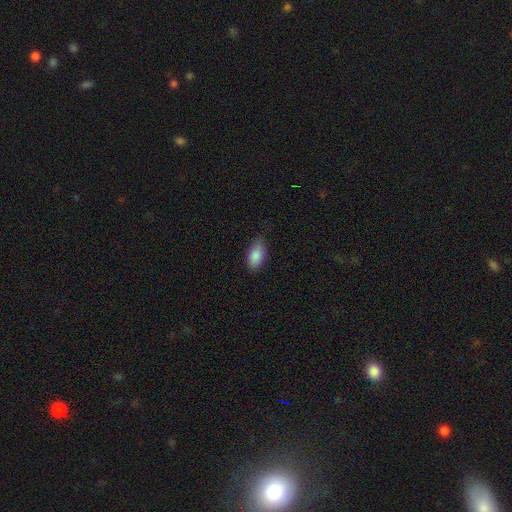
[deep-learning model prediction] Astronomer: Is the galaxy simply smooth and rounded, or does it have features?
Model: smooth — 88%.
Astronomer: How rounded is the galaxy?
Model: in between — 92%.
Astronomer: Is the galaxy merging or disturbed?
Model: none — 72%.